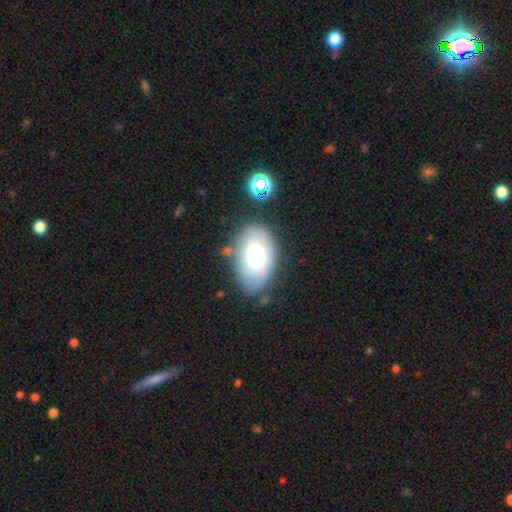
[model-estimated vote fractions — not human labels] This appears to be a smooth galaxy with no disk features (61%) that is in between round and cigar-shaped (91%). Merging: none (67%).